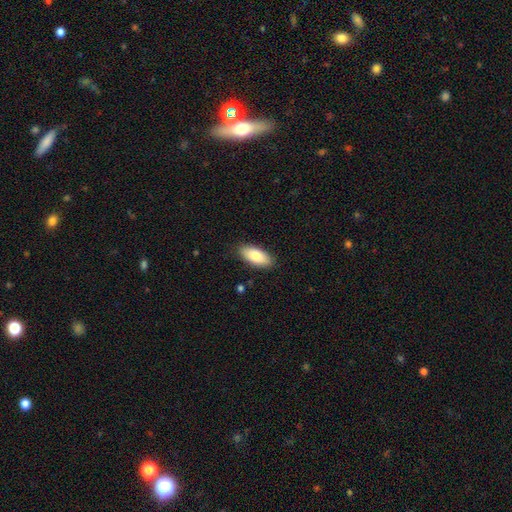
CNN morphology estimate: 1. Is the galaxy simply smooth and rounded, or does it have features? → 82% smooth, 12% featured or disk, 6% star or artifact.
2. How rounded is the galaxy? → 88% in between, 10% cigar-shaped, 2% round.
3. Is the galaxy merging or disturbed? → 87% none, 10% minor disturbance, 2% major disturbance, 1% merger.